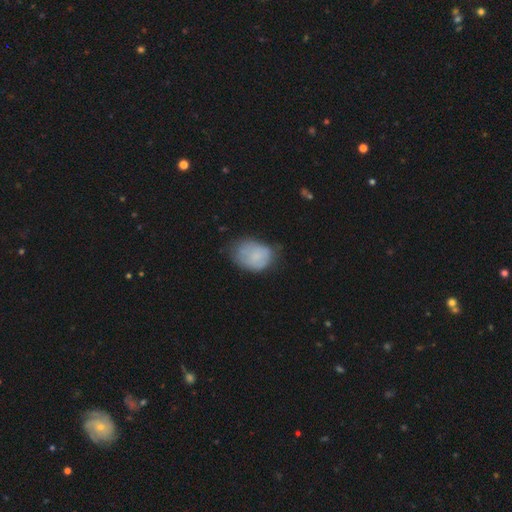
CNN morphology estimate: Q: Smooth or featured?
A: smooth (72%); runner-up: featured or disk (20%)
Q: How rounded?
A: in between (67%); runner-up: round (33%)
Q: Merging?
A: minor disturbance (41%); runner-up: none (40%)